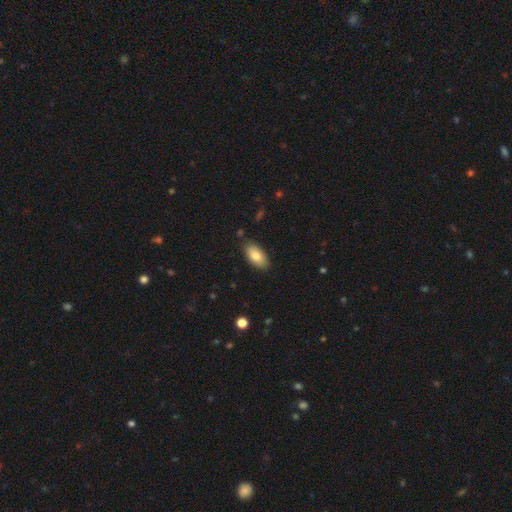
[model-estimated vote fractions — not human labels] Smooth or featured: smooth — 82% (featured or disk — 11%)
How rounded: in between — 92% (cigar-shaped — 5%)
Merging: none — 83% (minor disturbance — 13%)